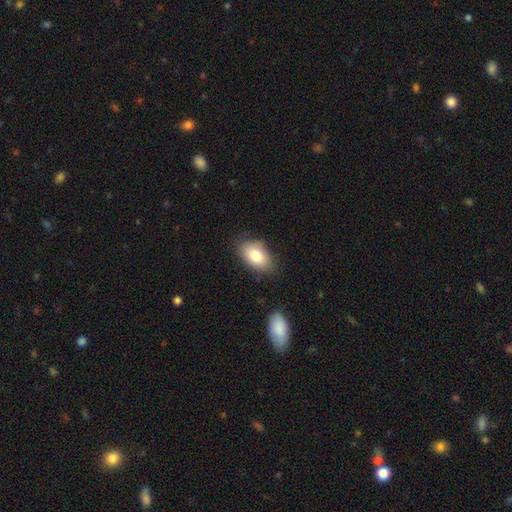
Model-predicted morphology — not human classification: type=smooth (80%); roundness=in between (90%); merging=none (80%).